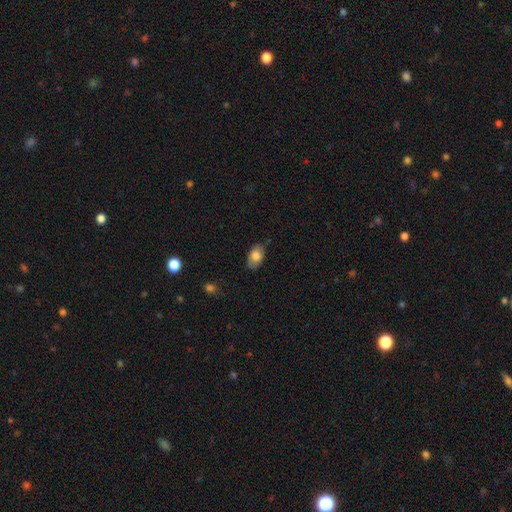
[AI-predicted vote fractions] smooth 80%, featured or disk 13%, star or artifact 7%. Down the decision tree: how rounded — in between (91%); merging — none (77%).